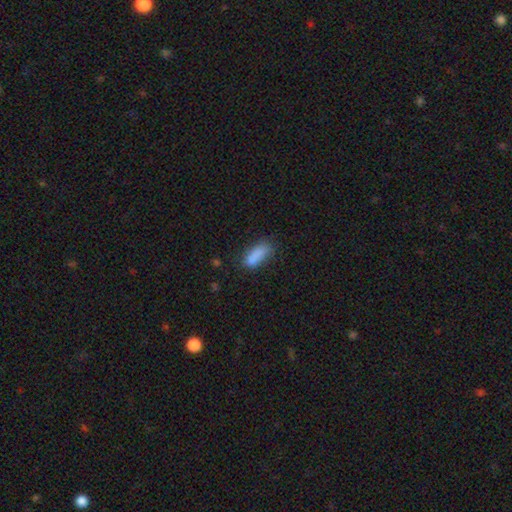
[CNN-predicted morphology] type=smooth (83%); roundness=in between (71%); merging=none (56%).